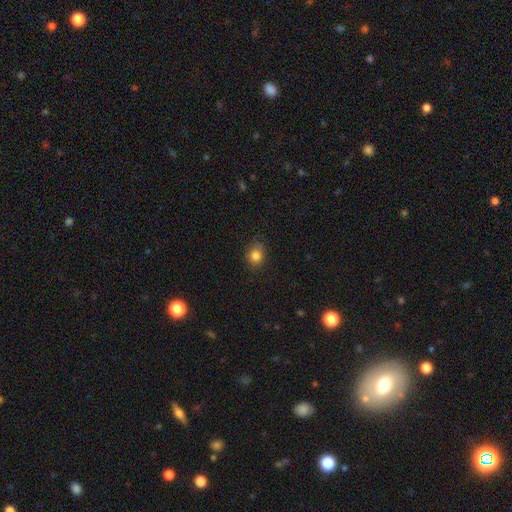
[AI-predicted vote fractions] smooth-or-featured: smooth: 83% | star or artifact: 11% | featured or disk: 6%
  how-rounded: round: 66% | in between: 33% | cigar-shaped: 1%
  merging: none: 83% | minor disturbance: 14% | major disturbance: 3% | merger: 1%